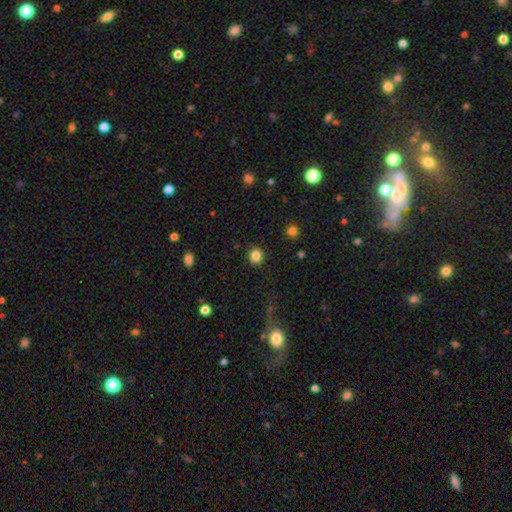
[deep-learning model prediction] A smooth galaxy with no disk features (84%) that is round (89%).

Vote fractions:
- Smooth or featured? smooth: 84% / star or artifact: 11% / featured or disk: 4%
- How rounded? round: 89% / in between: 10% / cigar-shaped: 1%
- Merging? none: 90% / minor disturbance: 7% / major disturbance: 2% / merger: 1%